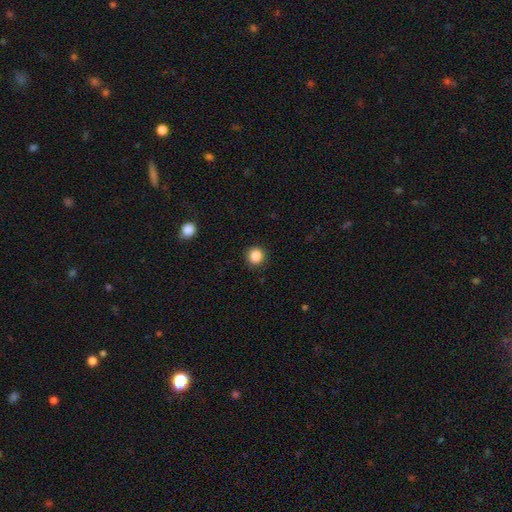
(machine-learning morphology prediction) Smooth or featured?
  - smooth: 87% *
  - star or artifact: 10%
  - featured or disk: 3%
How rounded?
  - round: 92% *
  - in between: 7%
  - cigar-shaped: 1%
Merging?
  - none: 91% *
  - minor disturbance: 6%
  - major disturbance: 2%
  - merger: 1%